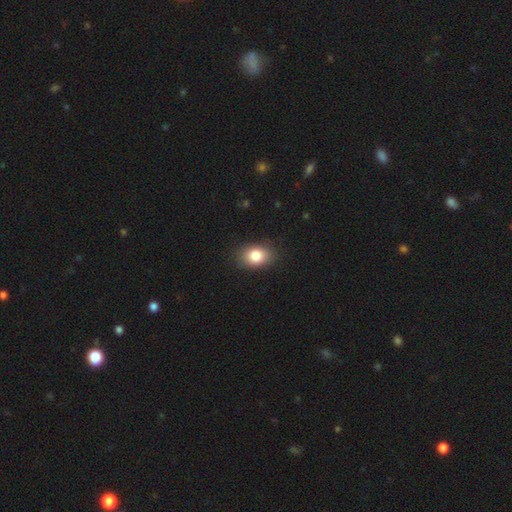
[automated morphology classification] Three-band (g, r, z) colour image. It shows a smooth galaxy with no disk features (83%) that is in between round and cigar-shaped (76%). Merging: none (86%).